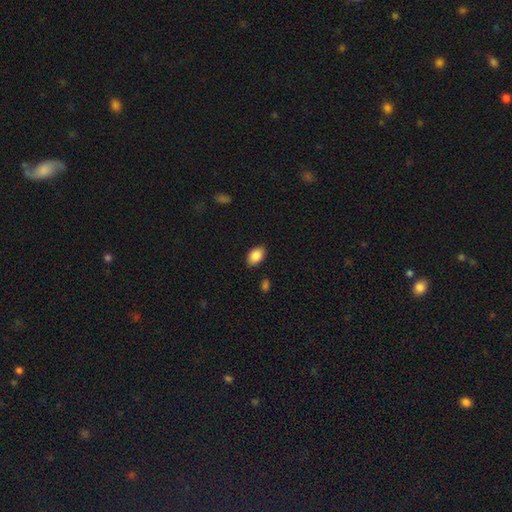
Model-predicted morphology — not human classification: Smooth or featured?
  - smooth: 87% *
  - star or artifact: 7%
  - featured or disk: 6%
How rounded?
  - in between: 88% *
  - round: 11%
  - cigar-shaped: 1%
Merging?
  - none: 86% *
  - minor disturbance: 11%
  - major disturbance: 2%
  - merger: 1%